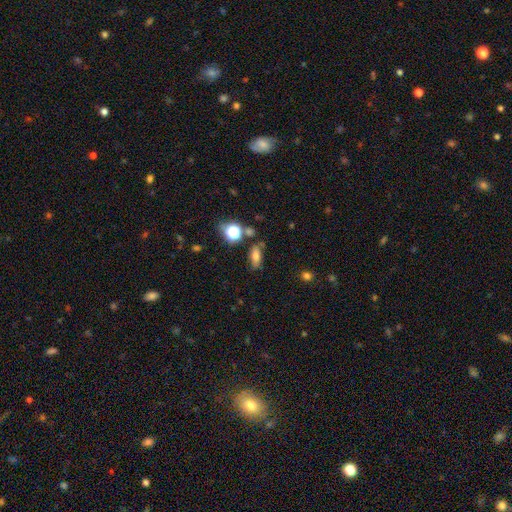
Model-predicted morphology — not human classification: This appears to be a smooth galaxy with no disk features (66%) that is in between round and cigar-shaped (67%). Merging: none (66%).